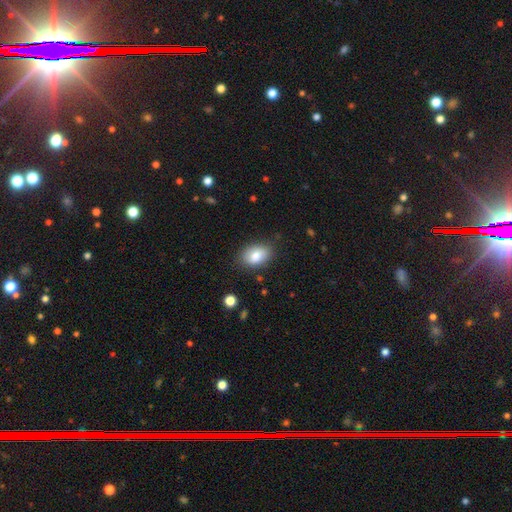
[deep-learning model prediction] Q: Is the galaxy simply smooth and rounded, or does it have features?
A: smooth — 83%.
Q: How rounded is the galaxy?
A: in between — 87%.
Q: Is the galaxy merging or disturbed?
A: none — 82%.